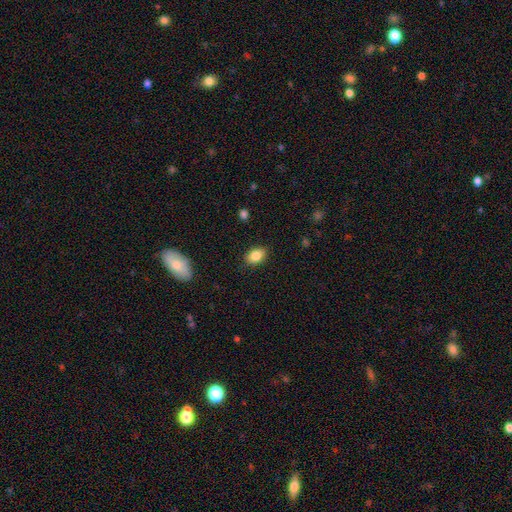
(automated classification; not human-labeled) Smooth or featured? smooth (85%)
How rounded? in between (82%)
Merging? none (86%)